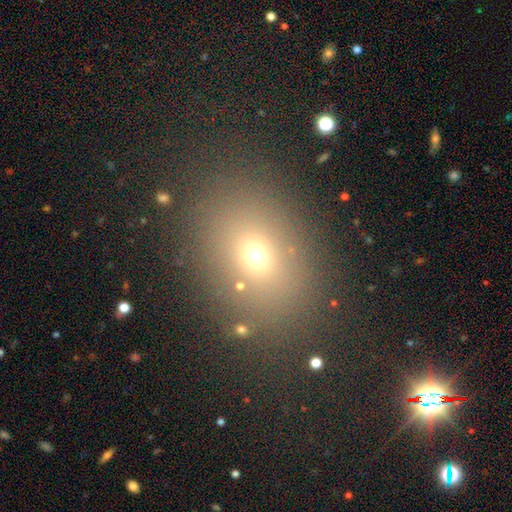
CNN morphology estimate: Smooth or featured: smooth — 66% (star or artifact — 23%)
How rounded: in between — 55% (round — 44%)
Merging: none — 82% (minor disturbance — 10%)